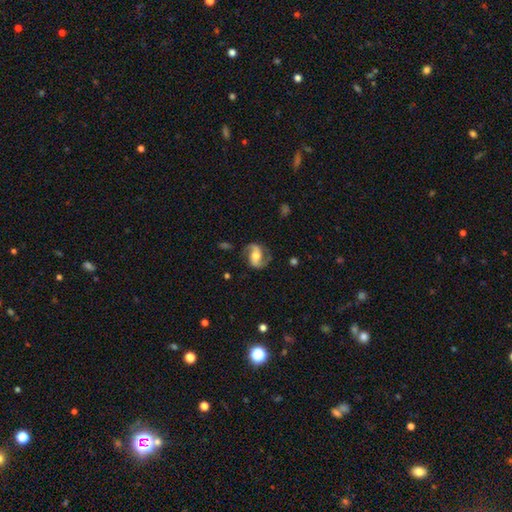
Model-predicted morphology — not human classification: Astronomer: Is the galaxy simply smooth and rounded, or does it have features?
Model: featured or disk — 87%.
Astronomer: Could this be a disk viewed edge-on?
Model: no — 97%.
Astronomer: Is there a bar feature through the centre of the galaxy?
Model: weak — 36% (runner-up: no, 35%).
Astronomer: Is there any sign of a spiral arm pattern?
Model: yes — 96%.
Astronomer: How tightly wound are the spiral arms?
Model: medium — 45% (runner-up: loose, 40%).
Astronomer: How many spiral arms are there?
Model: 2 — 93%.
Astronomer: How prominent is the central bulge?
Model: moderate — 65%.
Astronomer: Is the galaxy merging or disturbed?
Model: none — 80%.